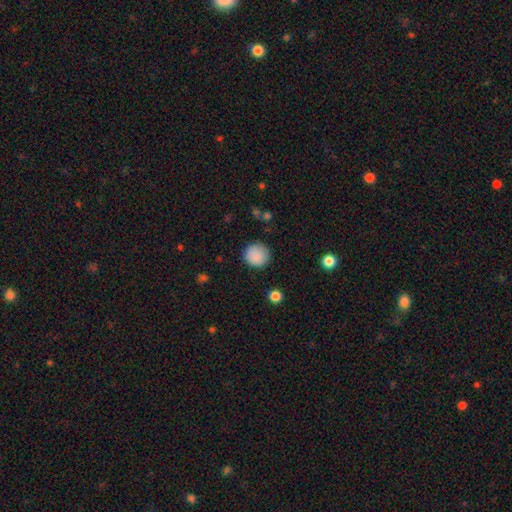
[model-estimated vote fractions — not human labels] A smooth galaxy with no disk features (89%) that is round (94%).

Vote fractions:
- Smooth or featured? smooth: 89% / star or artifact: 8% / featured or disk: 3%
- How rounded? round: 94% / in between: 5% / cigar-shaped: 1%
- Merging? none: 88% / minor disturbance: 8% / major disturbance: 2% / merger: 1%